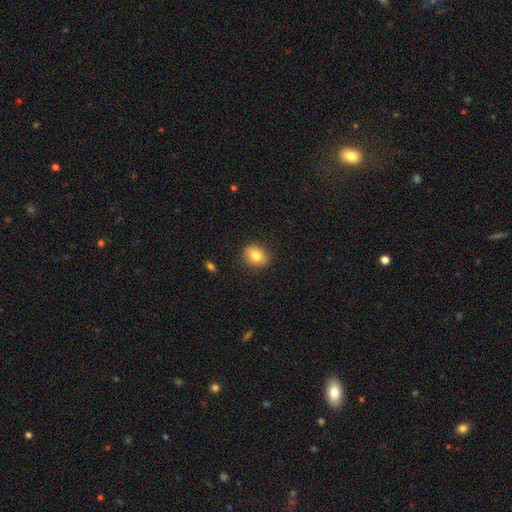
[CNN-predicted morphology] A smooth galaxy with no disk features (81%) that is round (50%).

Vote fractions:
- Smooth or featured? smooth: 81% / featured or disk: 10% / star or artifact: 9%
- How rounded? round: 50% / in between: 48% / cigar-shaped: 1%
- Merging? none: 85% / minor disturbance: 11% / major disturbance: 2% / merger: 1%